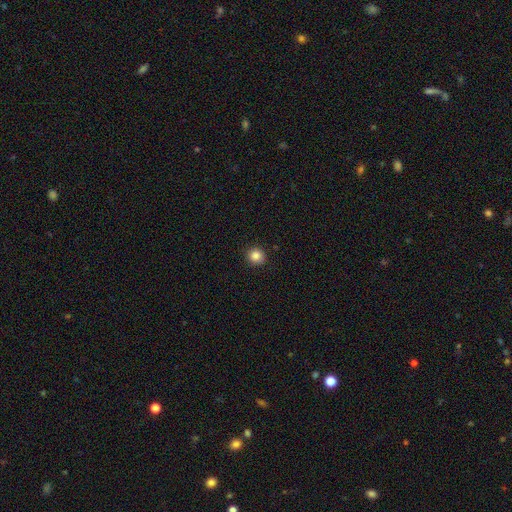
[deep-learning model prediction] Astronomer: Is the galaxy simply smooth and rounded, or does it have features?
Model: smooth — 85%.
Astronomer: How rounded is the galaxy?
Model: round — 90%.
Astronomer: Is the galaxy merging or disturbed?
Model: none — 91%.